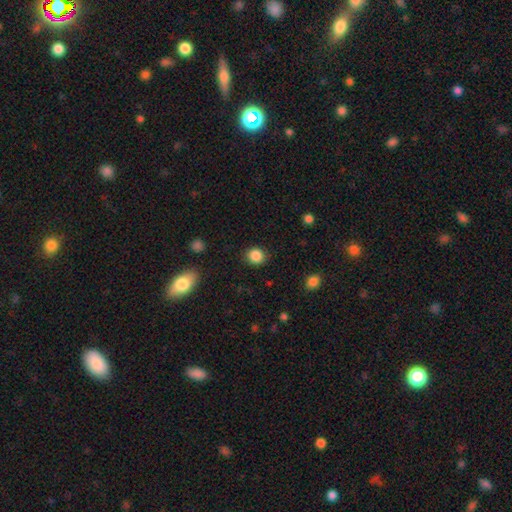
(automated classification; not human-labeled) Smooth or featured?
  - smooth: 87% *
  - star or artifact: 10%
  - featured or disk: 3%
How rounded?
  - round: 81% *
  - in between: 18%
  - cigar-shaped: 1%
Merging?
  - none: 89% *
  - minor disturbance: 8%
  - major disturbance: 3%
  - merger: 1%